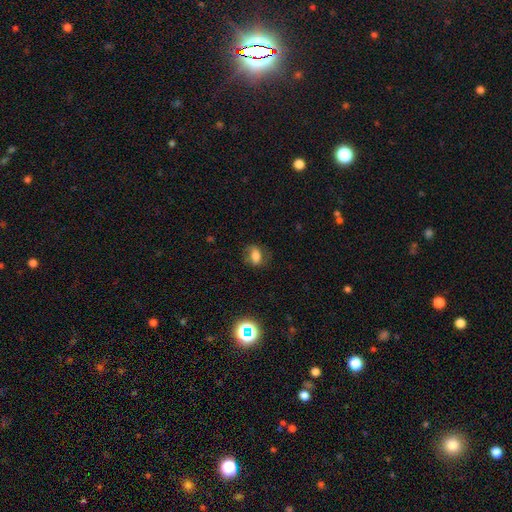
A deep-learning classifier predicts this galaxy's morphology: Smooth or featured?
  - smooth: 64% *
  - featured or disk: 23%
  - star or artifact: 13%
How rounded?
  - in between: 76% *
  - round: 21%
  - cigar-shaped: 3%
Merging?
  - none: 67% *
  - minor disturbance: 21%
  - major disturbance: 11%
  - merger: 2%